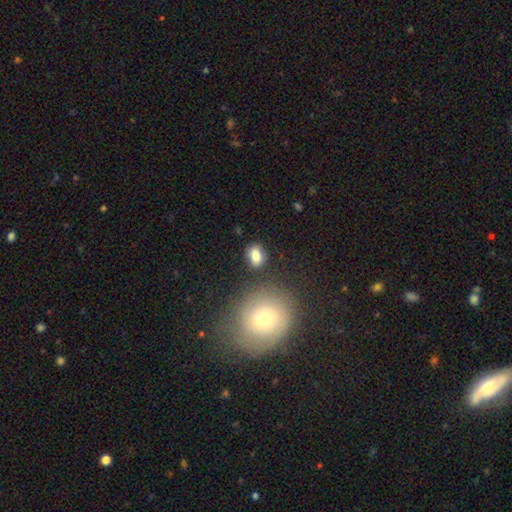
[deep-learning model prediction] This appears to be a smooth galaxy with no disk features (82%) that is in between round and cigar-shaped (67%). Merging: none (79%).